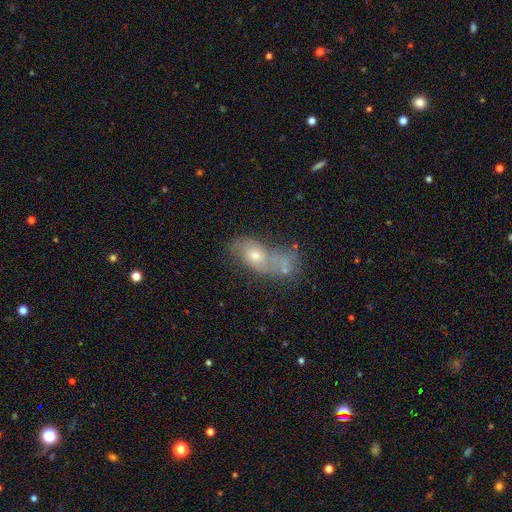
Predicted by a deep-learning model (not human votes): This is marginally a featured or disk galaxy (45%). Merging: possibly merger (45%).